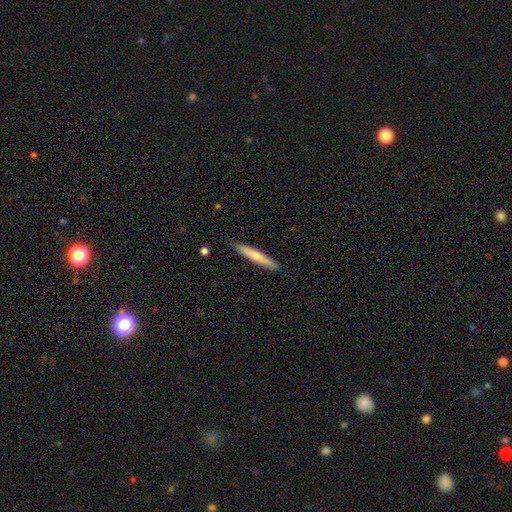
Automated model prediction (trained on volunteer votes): This is likely a smooth galaxy (63%). How rounded: clearly cigar-shaped (93%). Merging: clearly none (89%).